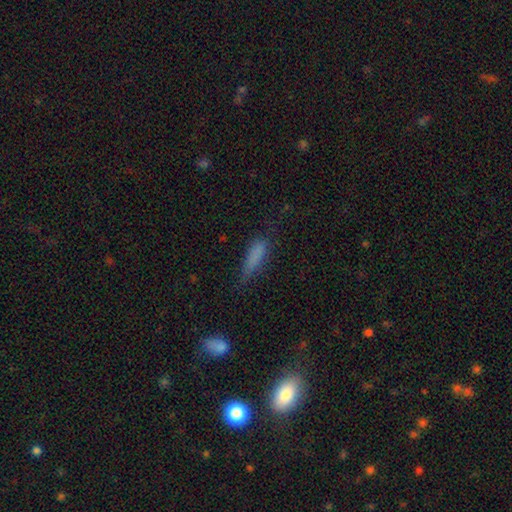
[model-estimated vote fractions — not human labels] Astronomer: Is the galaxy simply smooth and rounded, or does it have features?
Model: smooth — 76%.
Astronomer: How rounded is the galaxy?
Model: cigar-shaped — 68%.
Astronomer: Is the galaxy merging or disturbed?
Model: none — 58%.